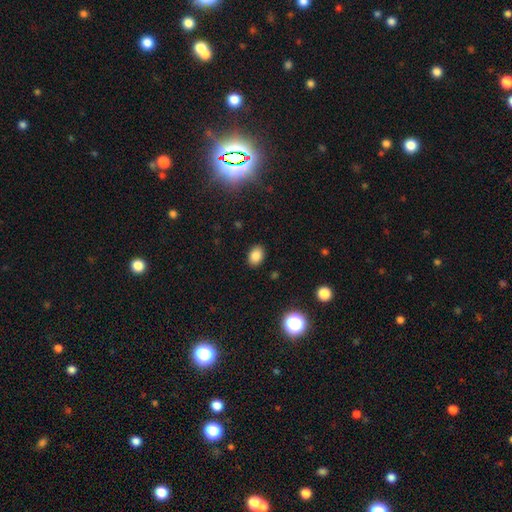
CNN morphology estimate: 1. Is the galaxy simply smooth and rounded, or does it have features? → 84% smooth, 11% star or artifact, 5% featured or disk.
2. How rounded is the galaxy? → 77% in between, 22% round, 1% cigar-shaped.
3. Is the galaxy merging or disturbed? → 88% none, 8% minor disturbance, 2% major disturbance, 1% merger.